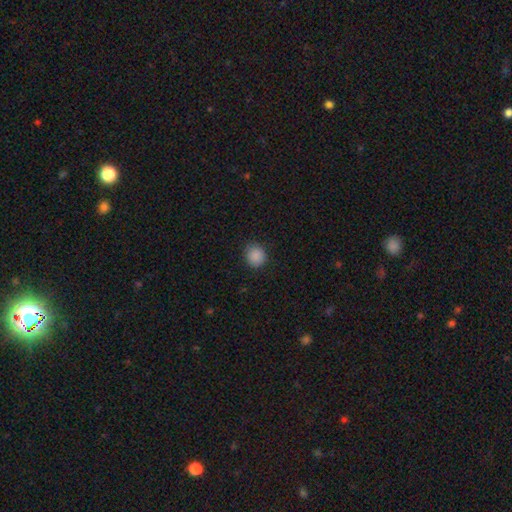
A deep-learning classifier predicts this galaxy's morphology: This is clearly a smooth galaxy (88%). How rounded: clearly round (87%). Merging: clearly none (88%).